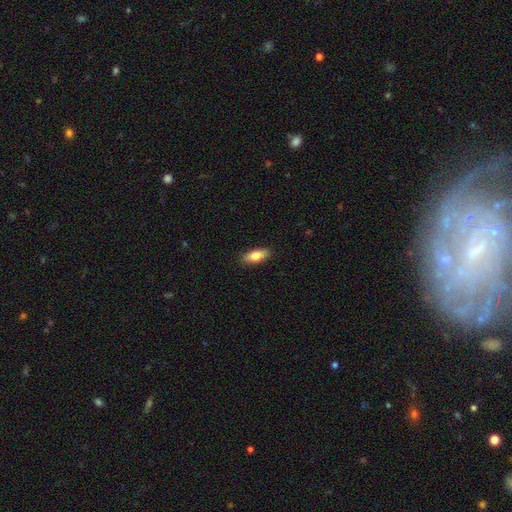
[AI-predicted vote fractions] Smooth or featured: smooth — 79% (featured or disk — 14%)
How rounded: in between — 77% (cigar-shaped — 20%)
Merging: none — 88% (minor disturbance — 9%)